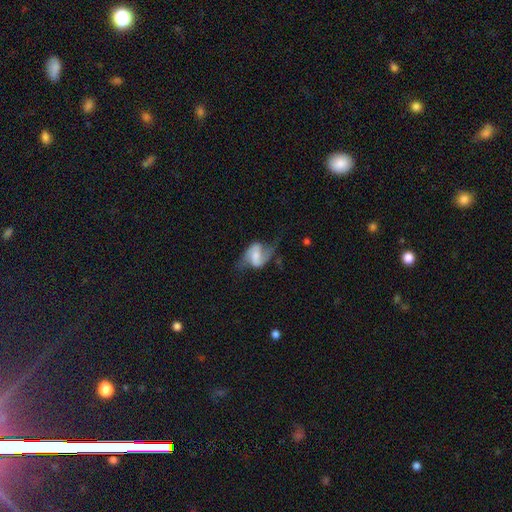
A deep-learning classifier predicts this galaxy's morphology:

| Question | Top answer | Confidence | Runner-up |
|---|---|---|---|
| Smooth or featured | featured or disk | 73% | smooth (20%) |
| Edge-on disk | no | 96% | yes (4%) |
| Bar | weak | 43% | strong (31%) |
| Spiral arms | yes | 90% | no (10%) |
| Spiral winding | loose | 62% | medium (30%) |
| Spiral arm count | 2 | 88% | 1 (5%) |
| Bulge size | small | 28% | moderate (27%) |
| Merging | none | 52% | major disturbance (23%) |